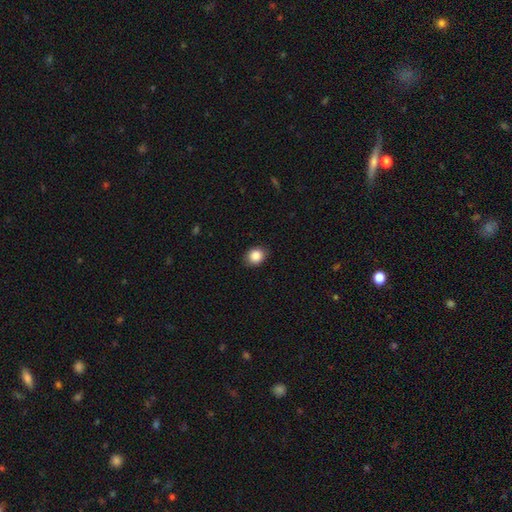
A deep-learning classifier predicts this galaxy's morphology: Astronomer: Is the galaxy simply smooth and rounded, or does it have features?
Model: smooth — 86%.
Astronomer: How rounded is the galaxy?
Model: round — 63%.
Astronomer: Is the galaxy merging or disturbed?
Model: none — 86%.